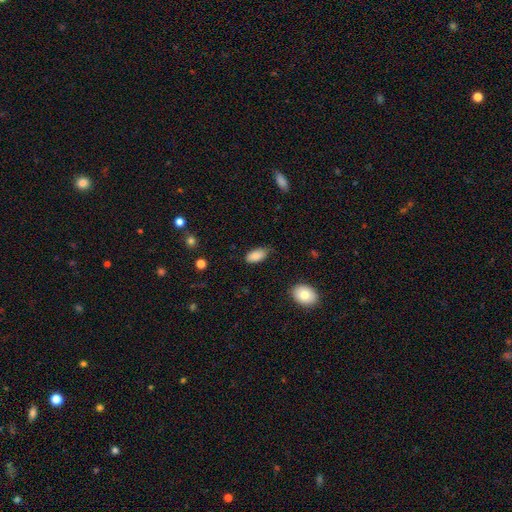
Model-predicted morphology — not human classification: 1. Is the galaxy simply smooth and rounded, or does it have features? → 87% smooth, 7% star or artifact, 6% featured or disk.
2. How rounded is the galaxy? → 94% in between, 3% cigar-shaped, 3% round.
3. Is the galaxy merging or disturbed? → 71% none, 23% minor disturbance, 4% major disturbance, 2% merger.